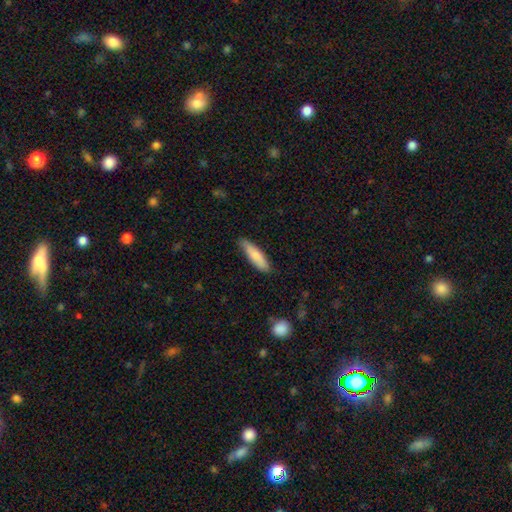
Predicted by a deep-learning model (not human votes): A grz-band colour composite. It shows a smooth galaxy with no disk features (77%) that is cigar-shaped (63%). Merging: none (78%).